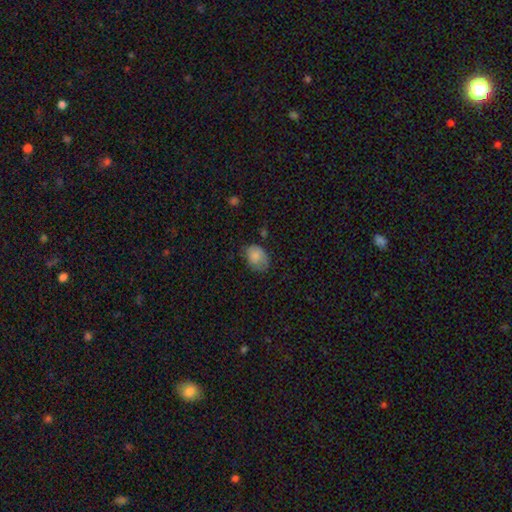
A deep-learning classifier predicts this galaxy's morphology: Smooth or featured? Predicted: smooth (p=0.81). How rounded? Predicted: in between (p=0.75). Merging? Predicted: none (p=0.54).